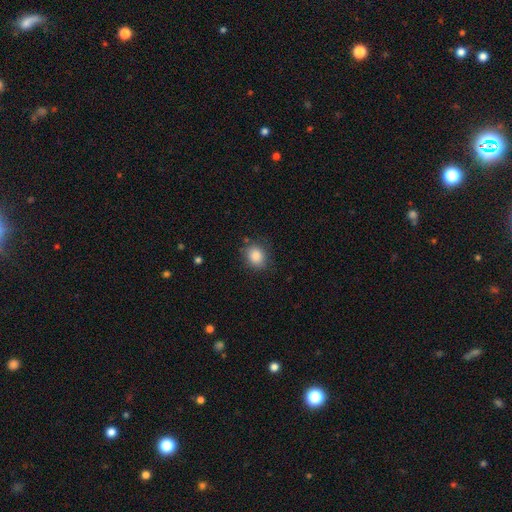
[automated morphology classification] Smooth or featured?
  - smooth: 86% *
  - star or artifact: 9%
  - featured or disk: 5%
How rounded?
  - round: 55% *
  - in between: 44%
  - cigar-shaped: 1%
Merging?
  - none: 79% *
  - minor disturbance: 15%
  - major disturbance: 4%
  - merger: 2%